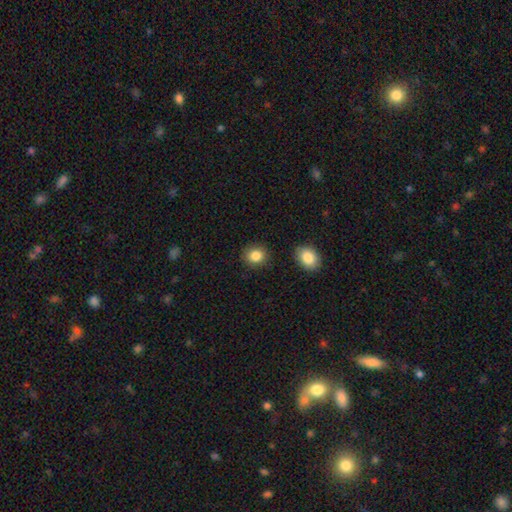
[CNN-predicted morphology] type=smooth (85%); roundness=round (75%); merging=none (87%).